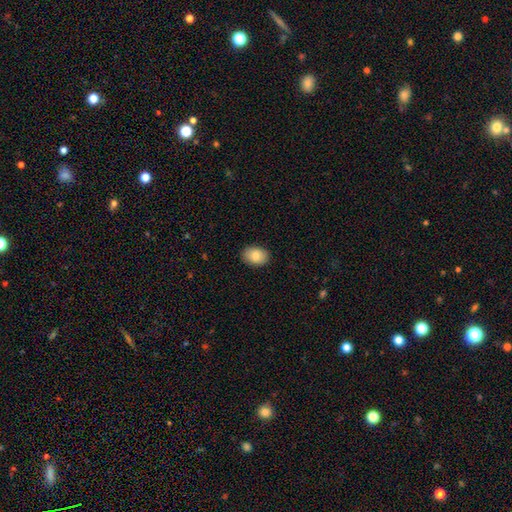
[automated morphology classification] smooth 85%, featured or disk 8%, star or artifact 7%. Down the decision tree: how rounded — in between (82%); merging — none (89%).